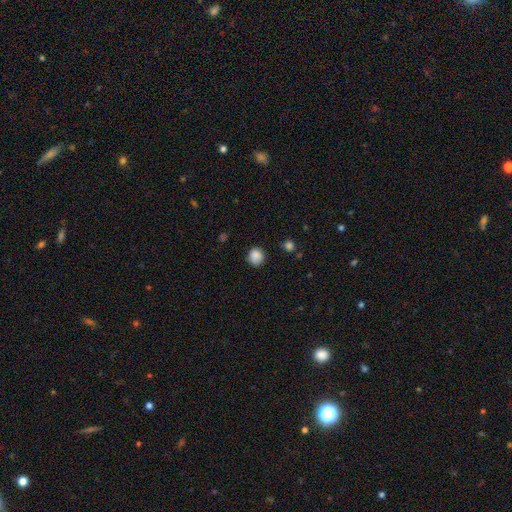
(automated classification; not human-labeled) Smooth or featured?
  - smooth: 87% *
  - star or artifact: 10%
  - featured or disk: 3%
How rounded?
  - round: 87% *
  - in between: 12%
  - cigar-shaped: 1%
Merging?
  - none: 84% *
  - minor disturbance: 11%
  - major disturbance: 3%
  - merger: 1%